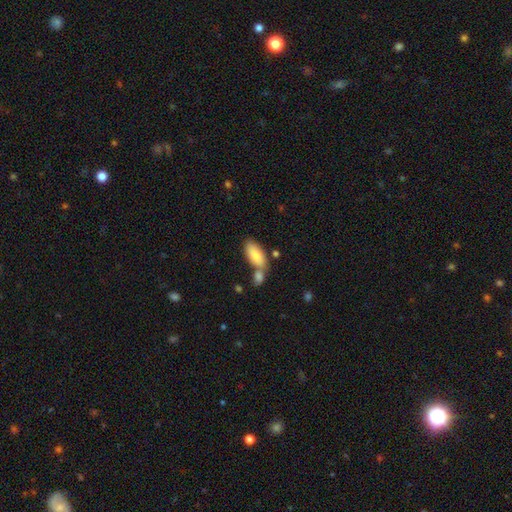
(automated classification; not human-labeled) This appears to be a smooth galaxy with no disk features (81%) that is in between round and cigar-shaped (87%). Merging: none (49%).